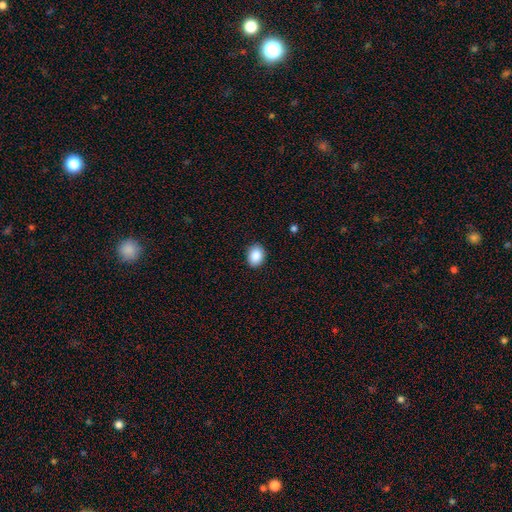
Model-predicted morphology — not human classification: smooth-or-featured: smooth: 89% | star or artifact: 8% | featured or disk: 4%
  how-rounded: in between: 65% | round: 34% | cigar-shaped: 1%
  merging: none: 89% | minor disturbance: 8% | major disturbance: 2% | merger: 1%